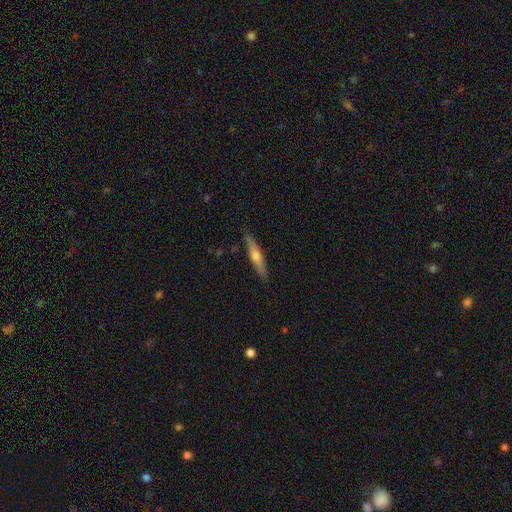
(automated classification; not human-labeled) featured or disk 53%, smooth 41%, star or artifact 6%. Down the decision tree: edge-on disk — yes (92%); merging — none (88%).